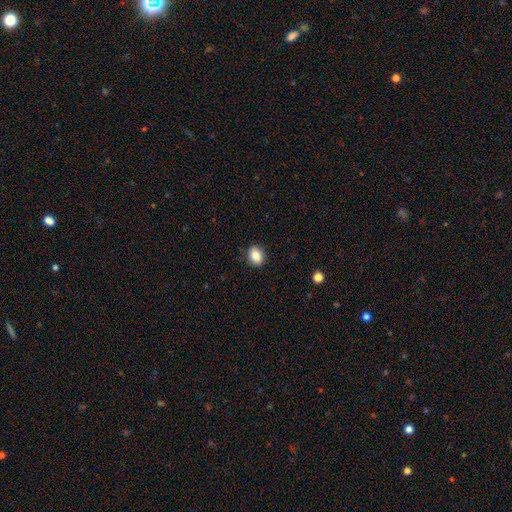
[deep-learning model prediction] smooth 86%, star or artifact 9%, featured or disk 6%. Down the decision tree: how rounded — in between (58%); merging — none (87%).